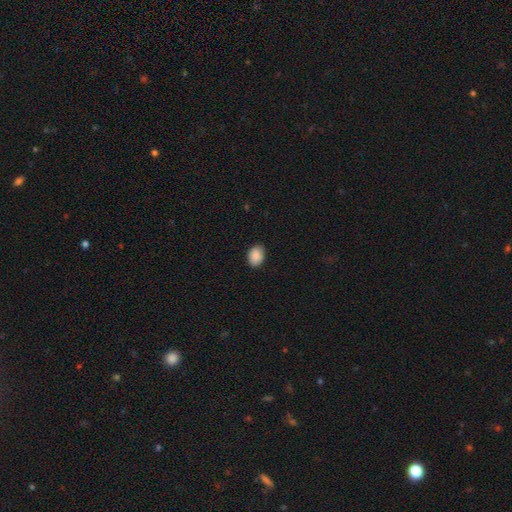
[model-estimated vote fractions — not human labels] A smooth galaxy with no disk features (89%) that is in between round and cigar-shaped (74%). Merging: none (87%).